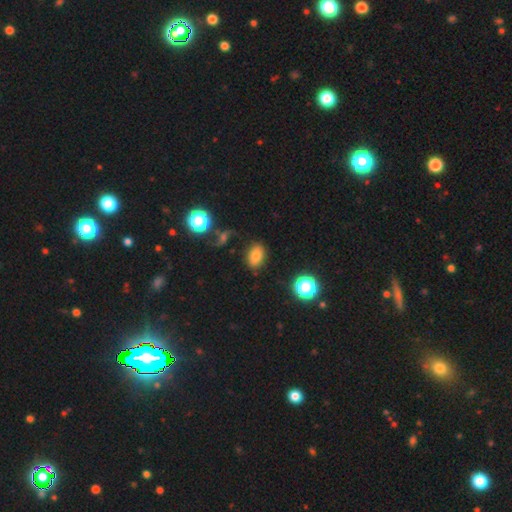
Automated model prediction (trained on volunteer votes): A smooth galaxy with no disk features (77%) that is in between round and cigar-shaped (81%).

Vote fractions:
- Smooth or featured? smooth: 77% / star or artifact: 14% / featured or disk: 9%
- How rounded? in between: 81% / round: 17% / cigar-shaped: 2%
- Merging? none: 81% / minor disturbance: 12% / major disturbance: 4% / merger: 3%